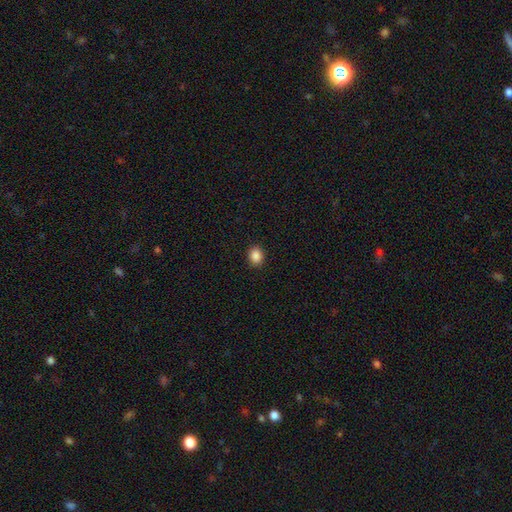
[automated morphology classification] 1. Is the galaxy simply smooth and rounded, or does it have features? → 87% smooth, 9% star or artifact, 3% featured or disk.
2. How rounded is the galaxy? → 57% round, 42% in between, 1% cigar-shaped.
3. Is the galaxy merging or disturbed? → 90% none, 7% minor disturbance, 2% major disturbance, 1% merger.